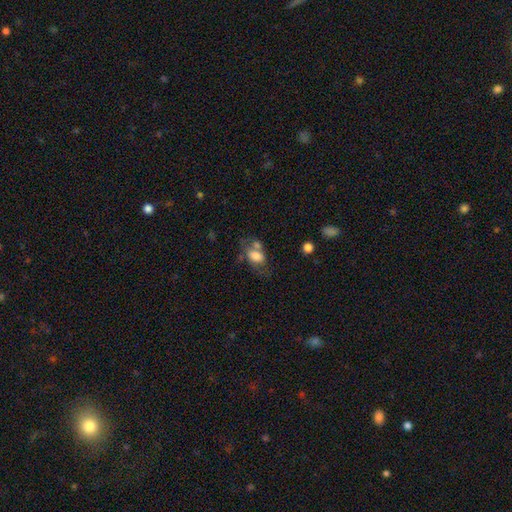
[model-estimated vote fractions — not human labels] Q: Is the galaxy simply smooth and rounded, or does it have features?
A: smooth — 67%.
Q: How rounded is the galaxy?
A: in between — 82%.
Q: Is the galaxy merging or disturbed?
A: none — 36%.